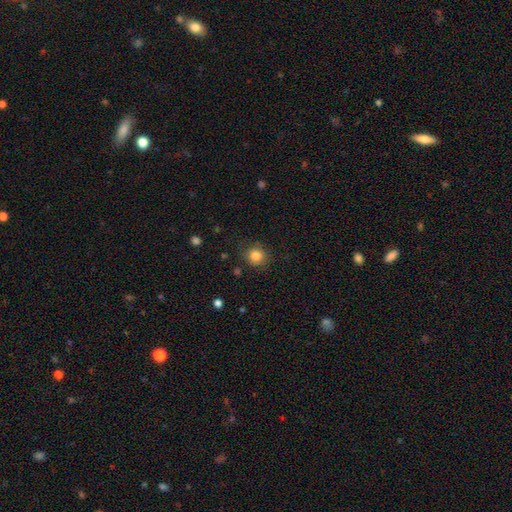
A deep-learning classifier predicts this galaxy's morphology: Smooth or featured: smooth — 84% (star or artifact — 11%)
How rounded: round — 89% (in between — 10%)
Merging: none — 82% (minor disturbance — 12%)